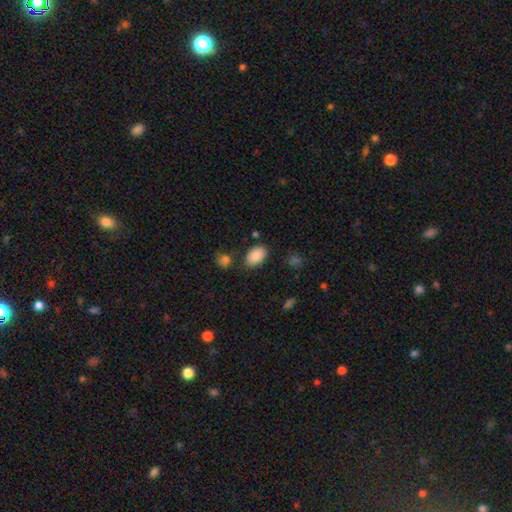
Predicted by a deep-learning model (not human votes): Q: Smooth or featured?
A: smooth (88%); runner-up: star or artifact (8%)
Q: How rounded?
A: in between (91%); runner-up: round (8%)
Q: Merging?
A: none (78%); runner-up: minor disturbance (13%)